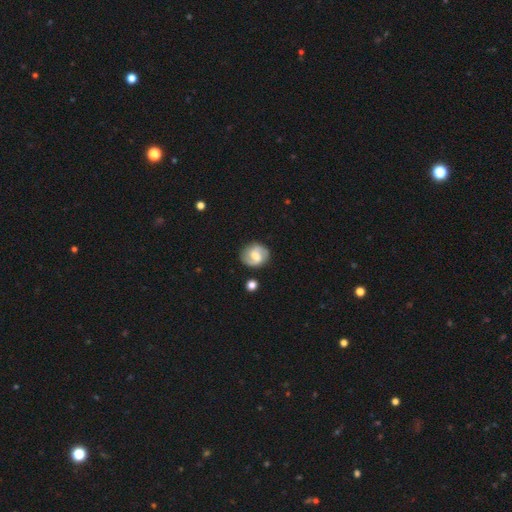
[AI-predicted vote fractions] featured or disk 66%, smooth 27%, star or artifact 7%. Down the decision tree: edge-on disk — no (97%); bar — weak (54%); spiral arms — yes (90%); spiral arm count — 2 (87%); spiral winding — medium (47%); bulge size — moderate (49%); merging — none (81%).